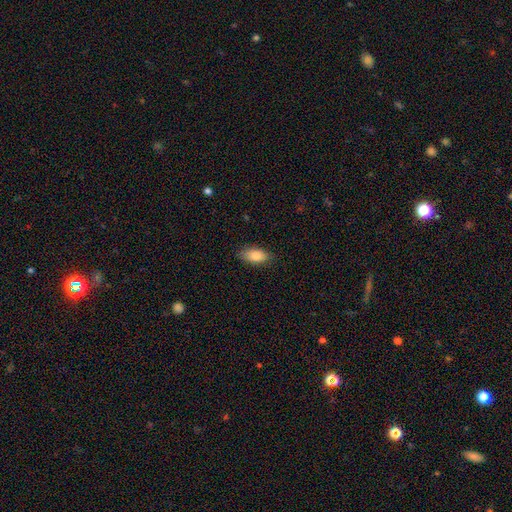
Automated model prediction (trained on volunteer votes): This is clearly a smooth galaxy (85%). How rounded: clearly in between (91%). Merging: clearly none (84%).